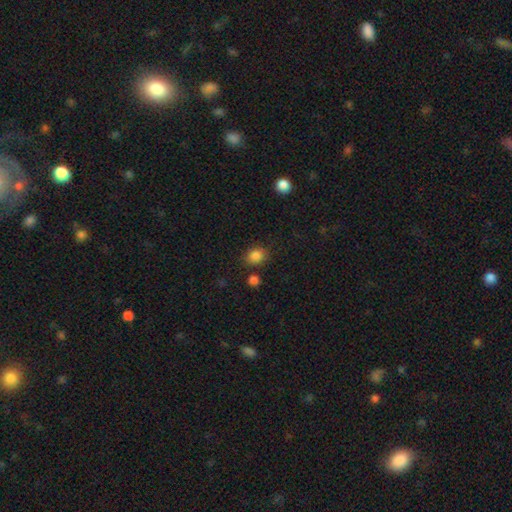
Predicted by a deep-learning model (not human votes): A smooth galaxy with no disk features (85%) that is round (59%).

Vote fractions:
- Smooth or featured? smooth: 85% / star or artifact: 11% / featured or disk: 4%
- How rounded? round: 59% / in between: 40% / cigar-shaped: 1%
- Merging? none: 80% / minor disturbance: 11% / merger: 5% / major disturbance: 3%